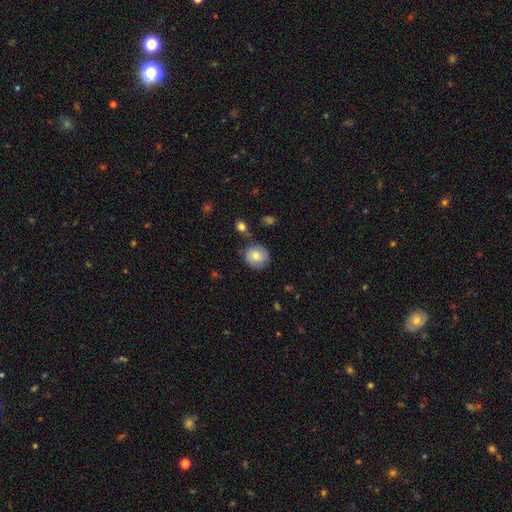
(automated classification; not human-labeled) A smooth galaxy with no disk features (71%) that is round (85%).

Vote fractions:
- Smooth or featured? smooth: 71% / featured or disk: 21% / star or artifact: 8%
- How rounded? round: 85% / in between: 14% / cigar-shaped: 1%
- Merging? none: 77% / minor disturbance: 16% / major disturbance: 4% / merger: 4%